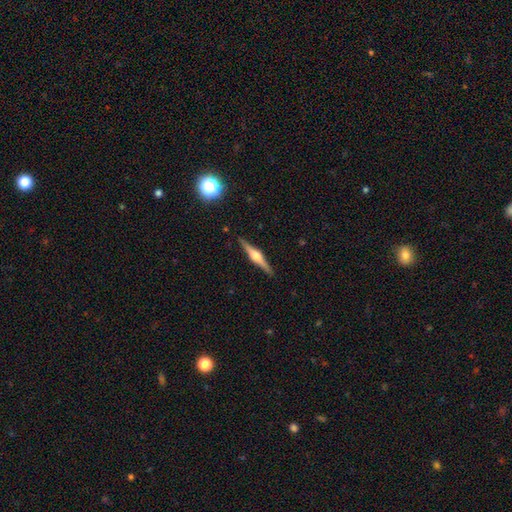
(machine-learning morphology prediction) Smooth or featured?
  - featured or disk: 78% *
  - smooth: 17%
  - star or artifact: 6%
Edge-on disk?
  - yes: 98% *
  - no: 2%
Edge-on bulge?
  - rounded: 90% *
  - boxy: 7%
  - none: 2%
Merging?
  - none: 91% *
  - minor disturbance: 7%
  - major disturbance: 1%
  - merger: 1%